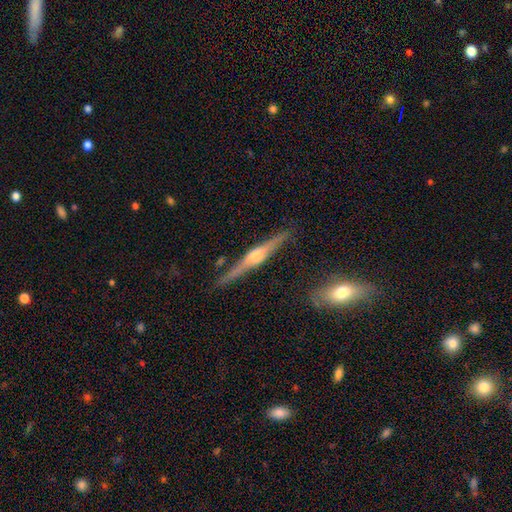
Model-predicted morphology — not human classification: Smooth or featured? featured or disk (74%)
Edge-on disk? yes (97%)
Edge-on bulge? rounded (85%)
Merging? none (85%)